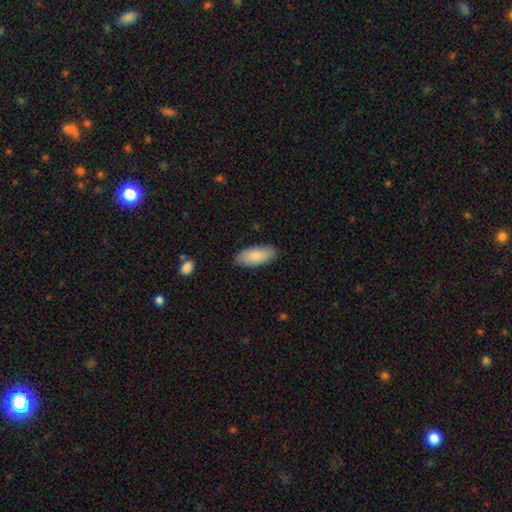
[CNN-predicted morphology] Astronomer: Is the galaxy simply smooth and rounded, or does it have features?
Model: smooth — 86%.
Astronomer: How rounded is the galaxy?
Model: in between — 86%.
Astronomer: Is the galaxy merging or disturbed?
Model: none — 85%.